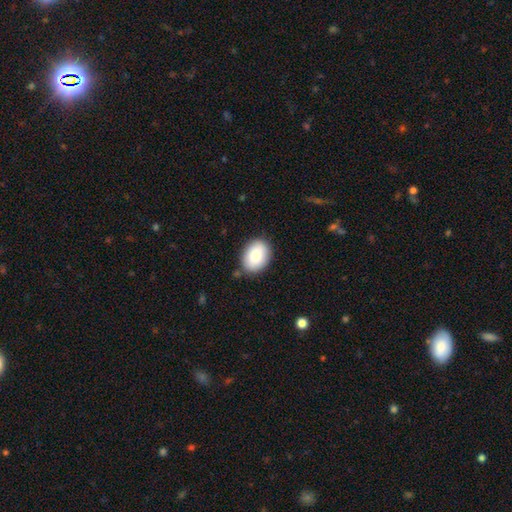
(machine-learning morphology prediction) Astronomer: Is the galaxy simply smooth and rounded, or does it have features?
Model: smooth — 84%.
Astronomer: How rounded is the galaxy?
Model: in between — 74%.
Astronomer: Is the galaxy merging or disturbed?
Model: none — 84%.